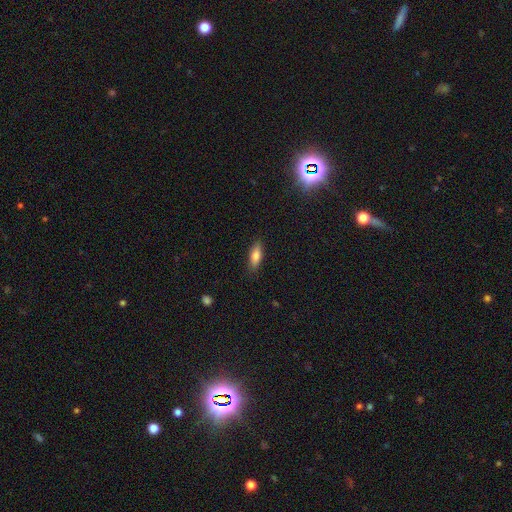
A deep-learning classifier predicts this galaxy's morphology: Smooth or featured? smooth (78%)
How rounded? in between (63%)
Merging? none (87%)